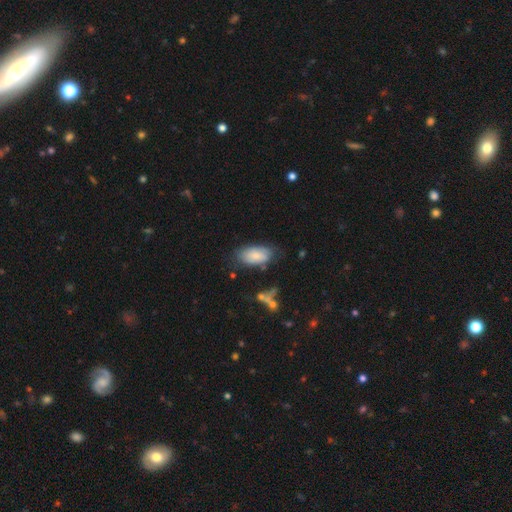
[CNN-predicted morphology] The model was most divided on "merging": none: 61%, minor disturbance: 26%, major disturbance: 9%, merger: 4%. More confident: how rounded — in between (93%); smooth or featured — smooth (72%).